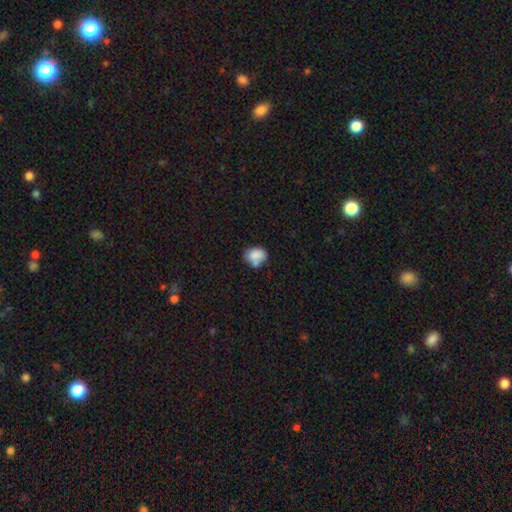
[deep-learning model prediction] Overall: smooth (80%). How rounded: in between (55%; round 44%). Merging: none (47%; merger 24%).